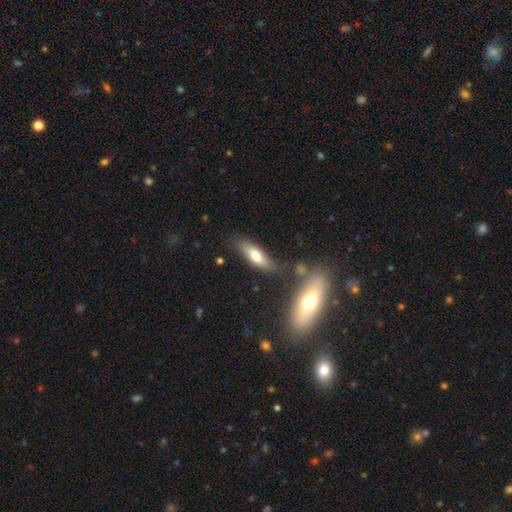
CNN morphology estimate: smooth-or-featured: smooth: 68% | featured or disk: 25% | star or artifact: 7%
  how-rounded: in between: 55% | cigar-shaped: 43% | round: 2%
  merging: none: 72% | minor disturbance: 16% | merger: 7% | major disturbance: 5%